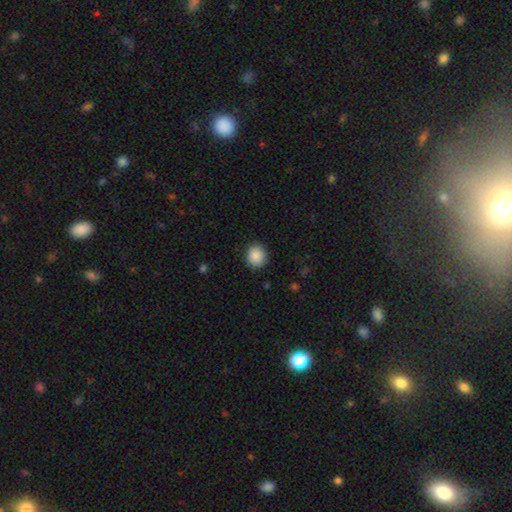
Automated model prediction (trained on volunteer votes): Overall: smooth (88%). How rounded: round (85%). Merging: none (89%).